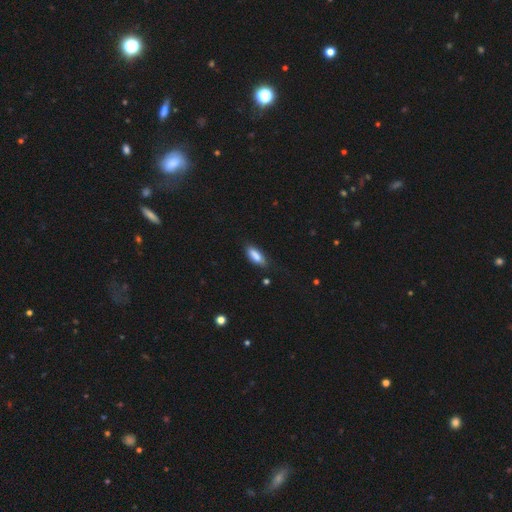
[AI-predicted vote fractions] Smooth or featured: smooth — 84% (featured or disk — 9%)
How rounded: in between — 67% (cigar-shaped — 31%)
Merging: none — 73% (minor disturbance — 21%)